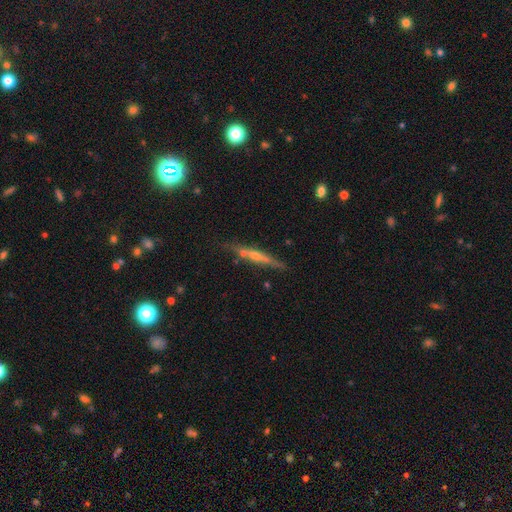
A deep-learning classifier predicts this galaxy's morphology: Smooth or featured: featured or disk — 68% (smooth — 21%)
Edge-on disk: yes — 94% (no — 6%)
Edge-on bulge: rounded — 66% (none — 26%)
Merging: none — 75% (minor disturbance — 14%)